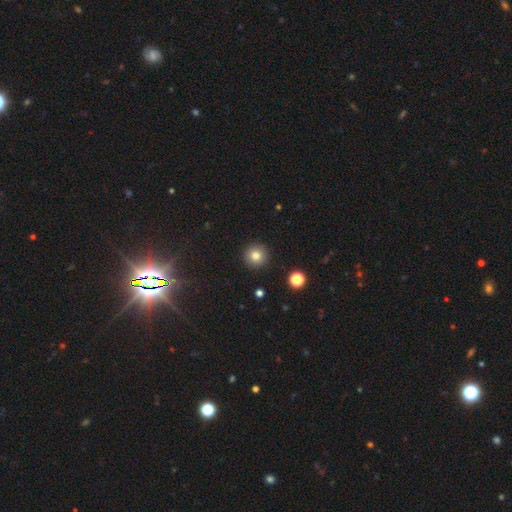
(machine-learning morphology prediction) Smooth or featured?
  - smooth: 81% *
  - star or artifact: 12%
  - featured or disk: 8%
How rounded?
  - round: 96% *
  - in between: 4%
  - cigar-shaped: 1%
Merging?
  - none: 92% *
  - minor disturbance: 5%
  - major disturbance: 2%
  - merger: 1%